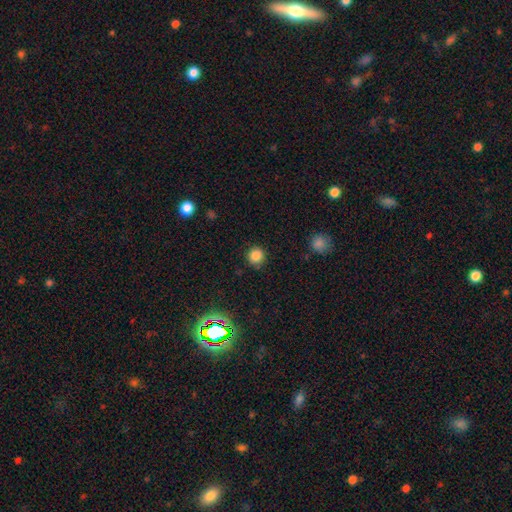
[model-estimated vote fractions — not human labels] Smooth or featured: smooth — 83% (star or artifact — 13%)
How rounded: round — 93% (in between — 6%)
Merging: none — 88% (minor disturbance — 8%)